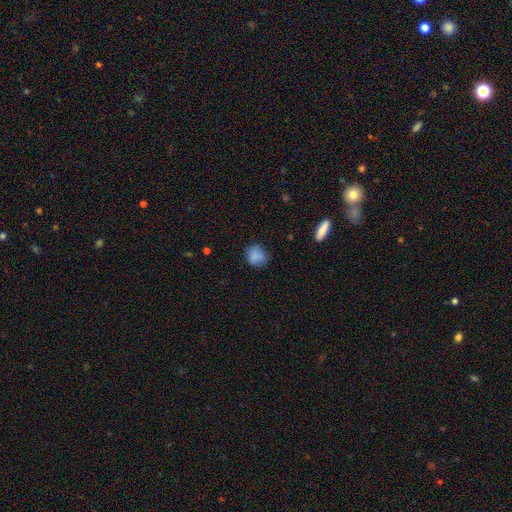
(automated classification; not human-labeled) Smooth or featured? Predicted: smooth (p=0.82). How rounded? Predicted: round (p=0.72). Merging? Predicted: none (p=0.71).